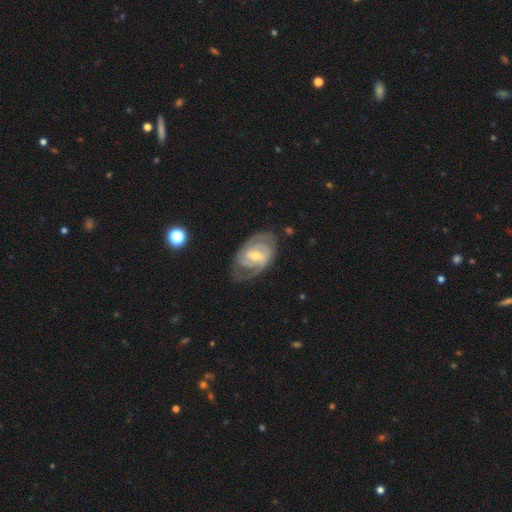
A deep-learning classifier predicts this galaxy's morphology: A featured or disk galaxy (88%) with a weak bar (51%), 2 (59%) tight (61%) spiral arms (97%) and a moderate central bulge (58%).

Vote fractions:
- Smooth or featured? featured or disk: 88% / smooth: 8% / star or artifact: 4%
- Edge-on disk? no: 97% / yes: 3%
- Bar? weak: 51% / strong: 29% / no: 20%
- Spiral arms? yes: 97% / no: 3%
- Spiral winding? tight: 61% / medium: 33% / loose: 6%
- Spiral arm count? 2: 59% / 3: 17% / can't tell: 14% / 4: 4% / 1: 3% / more than 4: 3%
- Bulge size? moderate: 58% / small: 38% / large: 3% / none: 1% / dominant: 1%
- Merging? none: 72% / minor disturbance: 19% / major disturbance: 7% / merger: 2%